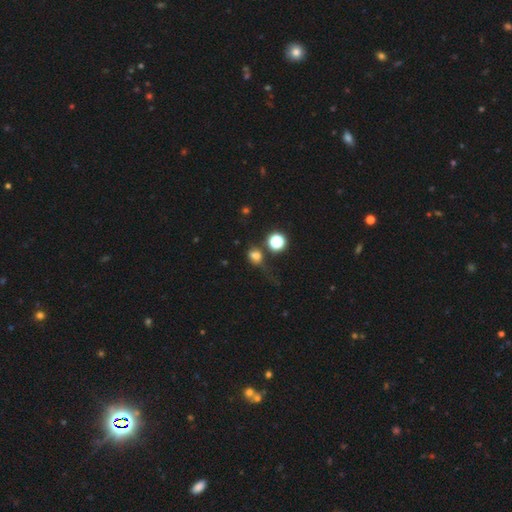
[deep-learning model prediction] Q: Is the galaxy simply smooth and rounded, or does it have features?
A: smooth — 70%.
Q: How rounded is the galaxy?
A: round — 54%.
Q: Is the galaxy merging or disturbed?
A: none — 42%.